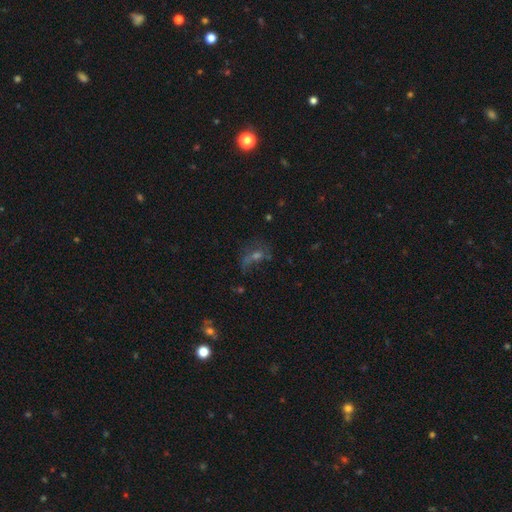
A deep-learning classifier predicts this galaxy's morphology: Smooth or featured?
  - featured or disk: 37% *
  - star or artifact: 34%
  - smooth: 29%
Merging?
  - none: 45% *
  - major disturbance: 30%
  - minor disturbance: 19%
  - merger: 6%